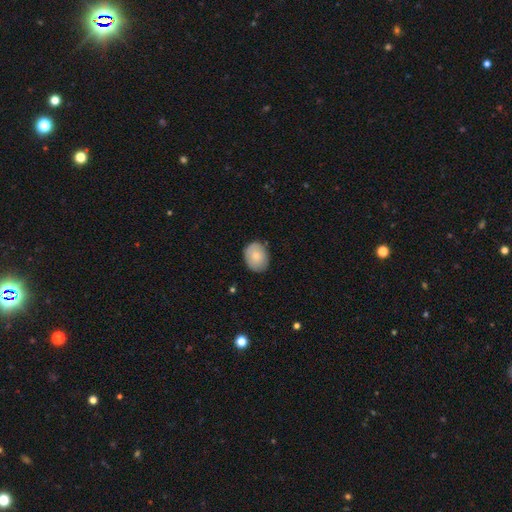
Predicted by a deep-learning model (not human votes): This is likely a smooth galaxy (77%). How rounded: possibly in between (59%). Merging: likely none (80%).